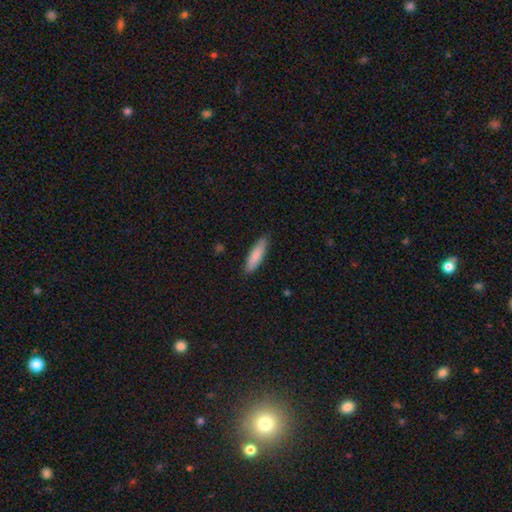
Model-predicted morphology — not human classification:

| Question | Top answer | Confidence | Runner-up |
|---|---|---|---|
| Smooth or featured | smooth | 83% | featured or disk (11%) |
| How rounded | cigar-shaped | 64% | in between (35%) |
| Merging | none | 85% | minor disturbance (12%) |